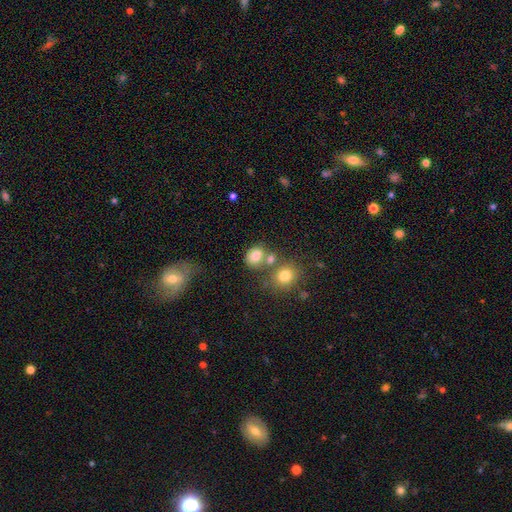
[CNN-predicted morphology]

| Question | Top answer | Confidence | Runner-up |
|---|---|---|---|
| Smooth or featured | smooth | 78% | star or artifact (12%) |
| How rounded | round | 51% | in between (48%) |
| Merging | none | 51% | merger (28%) |